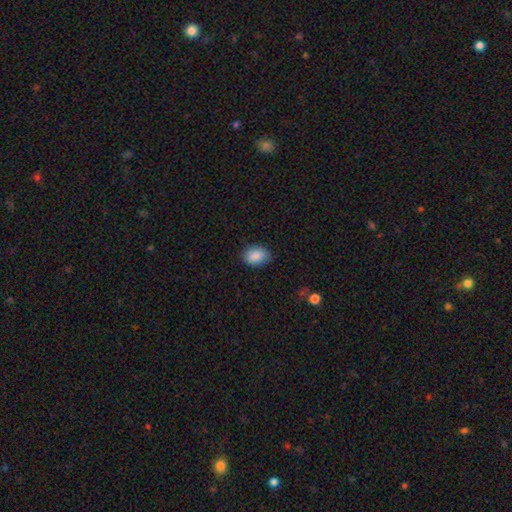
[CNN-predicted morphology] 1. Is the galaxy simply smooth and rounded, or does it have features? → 89% smooth, 7% star or artifact, 4% featured or disk.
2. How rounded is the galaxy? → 79% in between, 20% round, 1% cigar-shaped.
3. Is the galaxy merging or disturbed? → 83% none, 13% minor disturbance, 3% major disturbance, 1% merger.